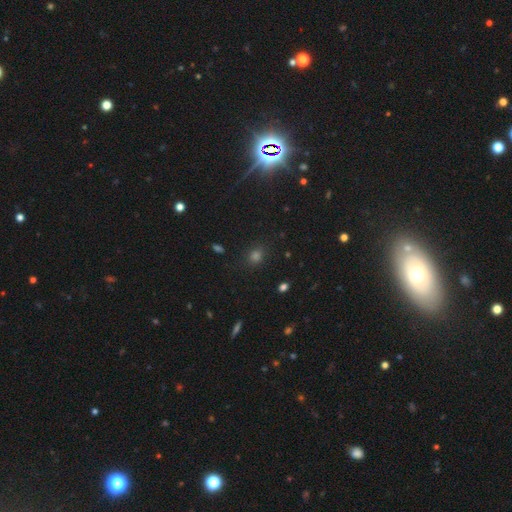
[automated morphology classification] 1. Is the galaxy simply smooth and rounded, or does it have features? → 61% smooth, 32% star or artifact, 7% featured or disk.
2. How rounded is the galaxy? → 77% round, 21% in between, 2% cigar-shaped.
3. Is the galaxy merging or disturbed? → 86% none, 9% minor disturbance, 3% major disturbance, 2% merger.